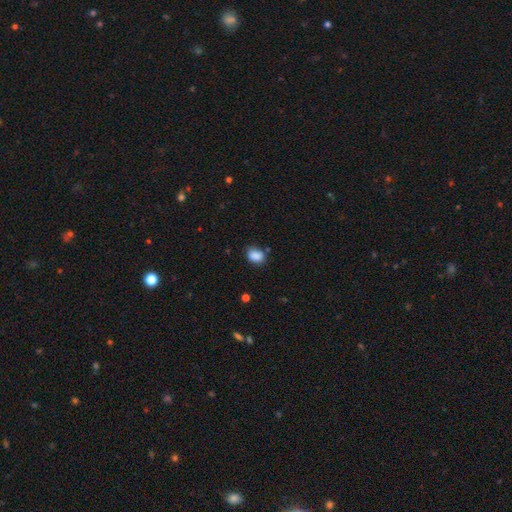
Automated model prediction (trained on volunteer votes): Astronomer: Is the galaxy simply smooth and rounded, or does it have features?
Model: smooth — 87%.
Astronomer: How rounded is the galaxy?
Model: in between — 65%.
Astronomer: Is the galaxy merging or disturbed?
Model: none — 71%.